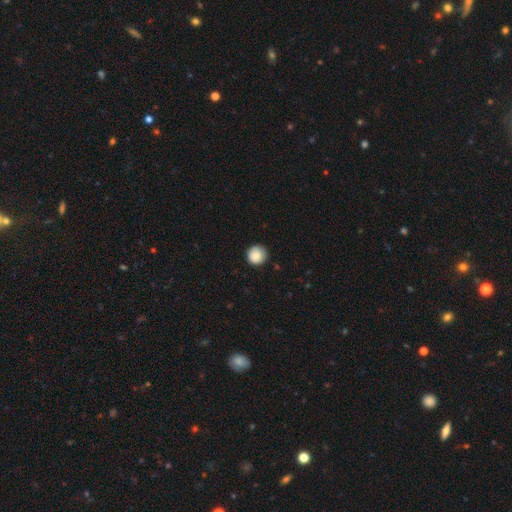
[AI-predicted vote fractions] smooth-or-featured: smooth: 86% | star or artifact: 8% | featured or disk: 6%
  how-rounded: round: 96% | in between: 3% | cigar-shaped: 1%
  merging: none: 85% | minor disturbance: 11% | major disturbance: 2% | merger: 1%